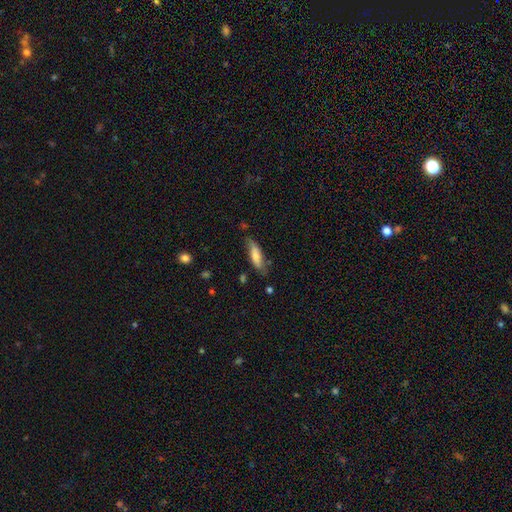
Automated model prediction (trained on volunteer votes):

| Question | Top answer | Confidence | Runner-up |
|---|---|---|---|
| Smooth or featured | smooth | 68% | featured or disk (26%) |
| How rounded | cigar-shaped | 52% | in between (46%) |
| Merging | none | 65% | minor disturbance (26%) |